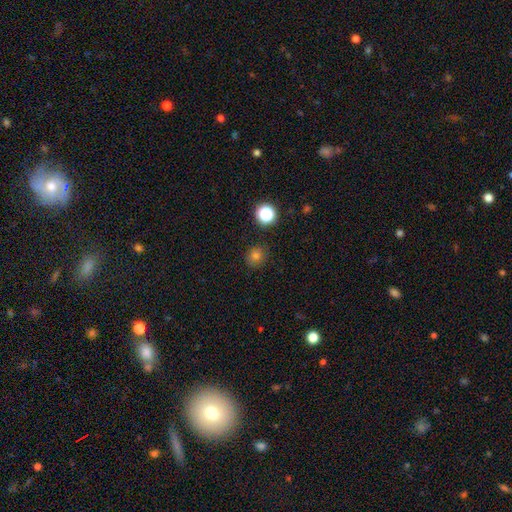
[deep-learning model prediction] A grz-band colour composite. It shows a smooth galaxy with no disk features (77%) that is round (80%). Merging: none (86%).